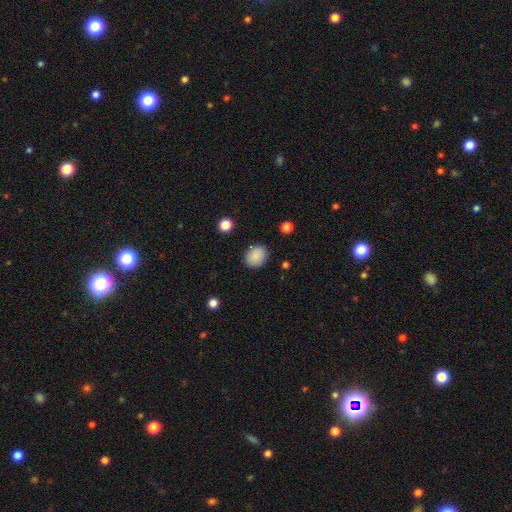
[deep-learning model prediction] Q: Smooth or featured?
A: smooth (87%); runner-up: star or artifact (8%)
Q: How rounded?
A: round (67%); runner-up: in between (32%)
Q: Merging?
A: none (88%); runner-up: minor disturbance (8%)